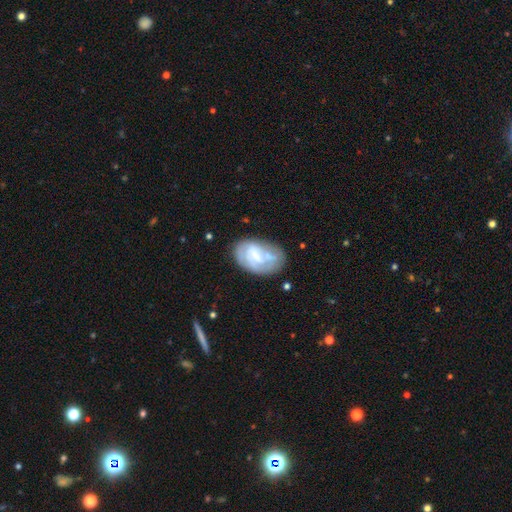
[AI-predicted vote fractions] Smooth or featured: featured or disk — 53% (smooth — 40%)
Edge-on disk: no — 96% (yes — 4%)
Bar: weak — 41% (no — 40%)
Spiral arms: yes — 52% (no — 48%)
Bulge size: small — 38% (none — 29%)
Merging: none — 51% (minor disturbance — 27%)